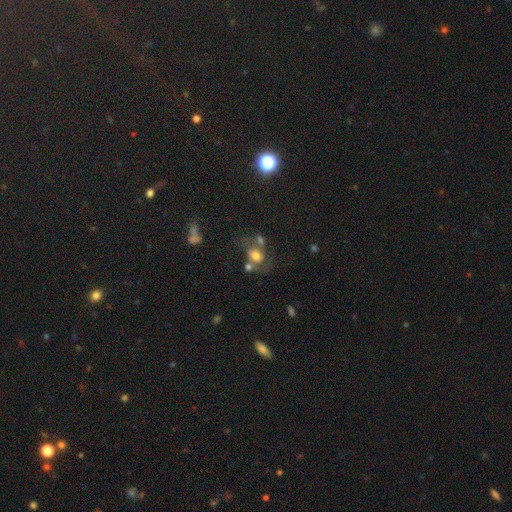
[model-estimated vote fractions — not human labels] This is possibly a smooth galaxy (45%). Merging: marginally none (36%).